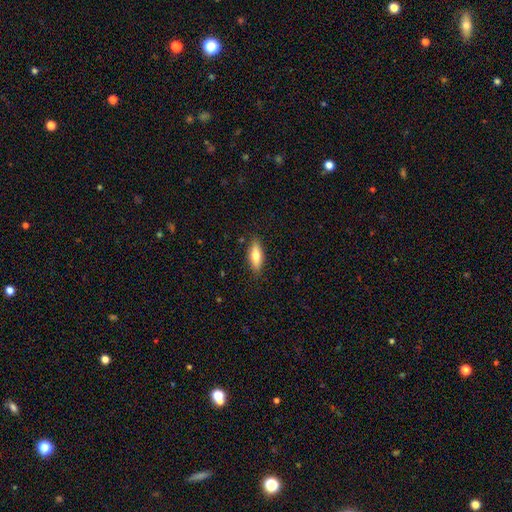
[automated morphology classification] This is likely a smooth galaxy (70%). How rounded: likely in between (63%). Merging: clearly none (86%).